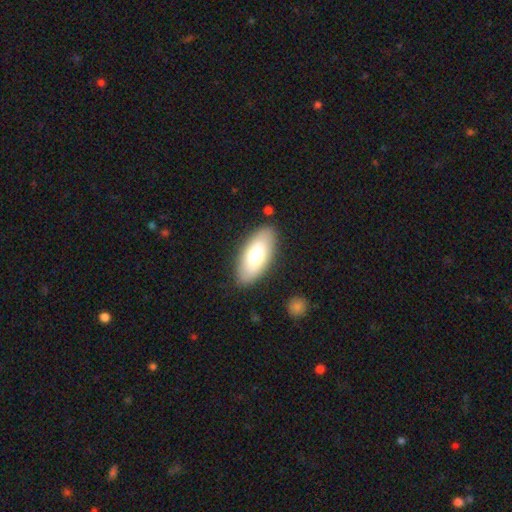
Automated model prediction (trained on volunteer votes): Smooth or featured: smooth — 72% (featured or disk — 22%)
How rounded: in between — 87% (cigar-shaped — 11%)
Merging: none — 85% (minor disturbance — 10%)